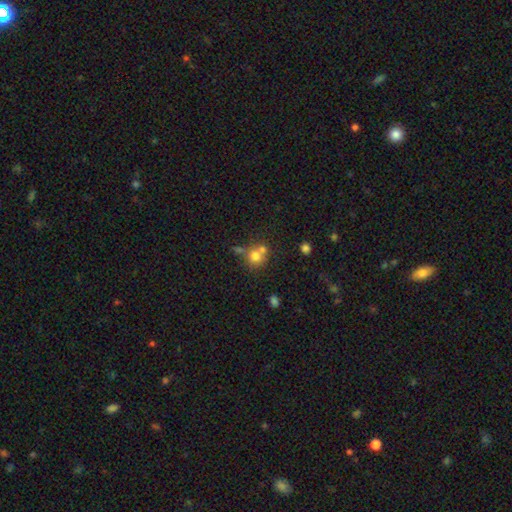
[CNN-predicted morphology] smooth_or_featured: smooth (p=0.72) [alt: featured or disk p=0.14]
how_rounded: round (p=0.85) [alt: in between p=0.14]
merging: none (p=0.46) [alt: merger p=0.40]